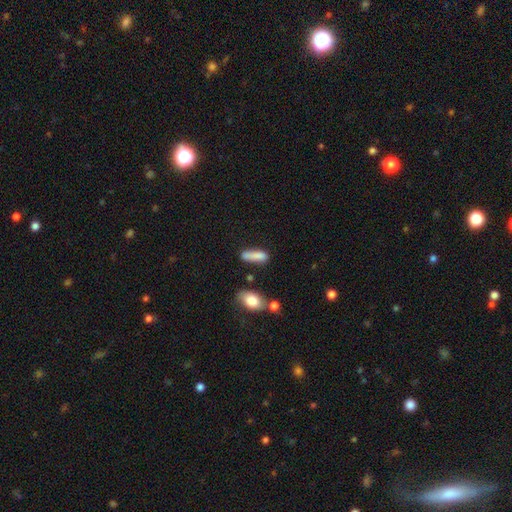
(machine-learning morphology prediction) type=smooth (82%); roundness=cigar-shaped (60%); merging=none (59%).